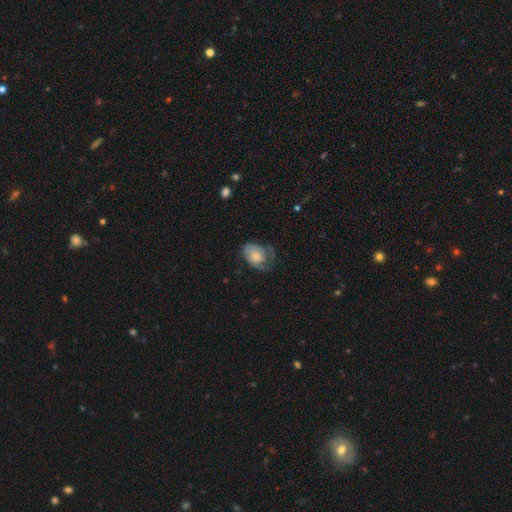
Morphology: type=featured or disk (55%); edge-on=no (100%); bar=no (73%); spiral arms=yes (73%); winding=tight (75%); arm count=1 (31%, tied with can't tell); bulge=moderate (68%); merging=minor disturbance (35%, tied with major disturbance).